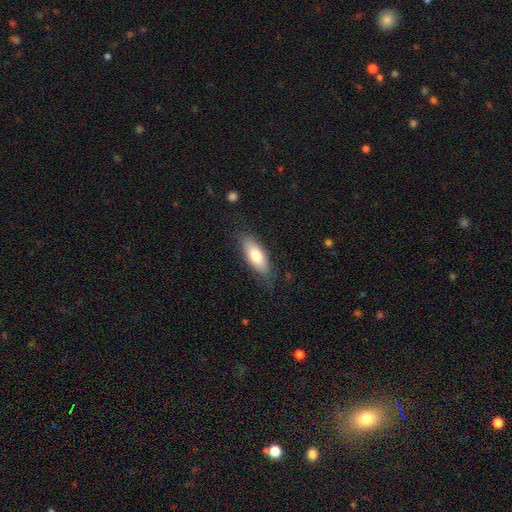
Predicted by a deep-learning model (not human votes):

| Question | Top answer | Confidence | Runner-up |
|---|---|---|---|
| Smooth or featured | smooth | 75% | featured or disk (19%) |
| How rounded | in between | 72% | cigar-shaped (26%) |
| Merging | none | 78% | minor disturbance (16%) |